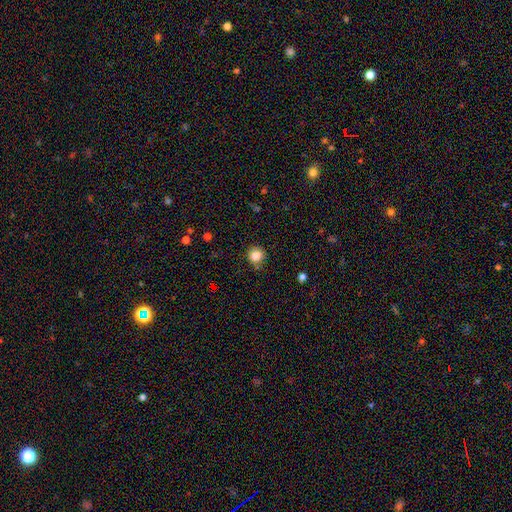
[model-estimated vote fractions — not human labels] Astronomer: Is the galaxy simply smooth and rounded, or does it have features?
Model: smooth — 84%.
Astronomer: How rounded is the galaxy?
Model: round — 87%.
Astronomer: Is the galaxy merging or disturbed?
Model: none — 81%.